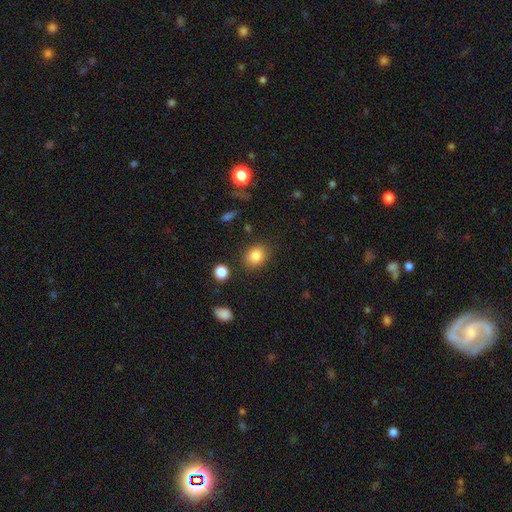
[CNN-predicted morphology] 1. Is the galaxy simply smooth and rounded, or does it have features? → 84% smooth, 10% star or artifact, 6% featured or disk.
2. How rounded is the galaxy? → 52% round, 47% in between, 1% cigar-shaped.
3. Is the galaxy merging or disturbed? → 84% none, 10% minor disturbance, 3% major disturbance, 3% merger.